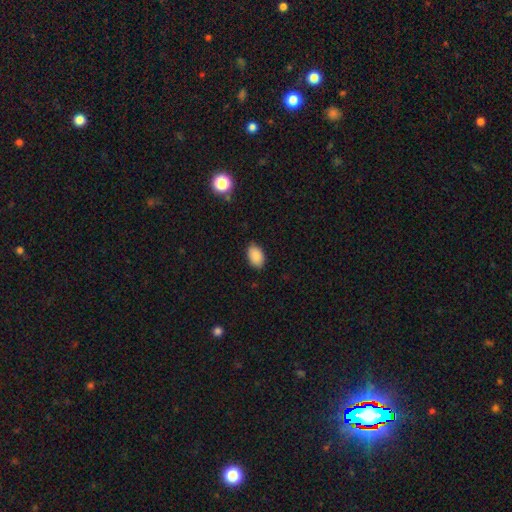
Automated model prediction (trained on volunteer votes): This appears to be a smooth galaxy with no disk features (89%) that is in between round and cigar-shaped (91%). Merging: none (86%).